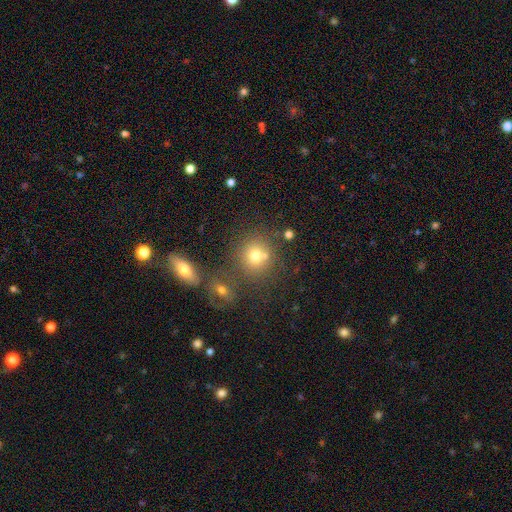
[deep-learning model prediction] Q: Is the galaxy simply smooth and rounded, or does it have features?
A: smooth — 72%.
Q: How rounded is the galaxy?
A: round — 83%.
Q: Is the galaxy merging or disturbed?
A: none — 61%.